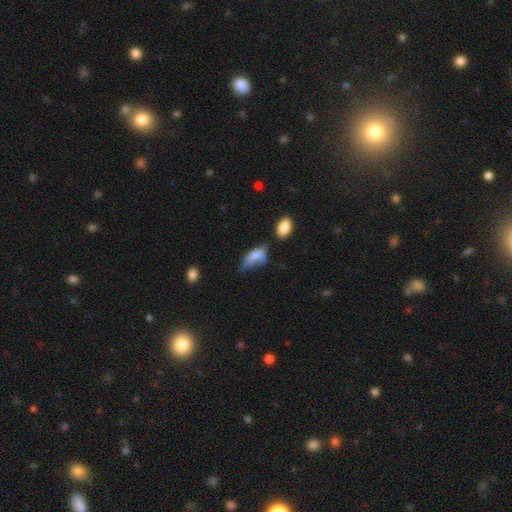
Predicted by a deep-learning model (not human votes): This is likely a smooth galaxy (72%). How rounded: clearly in between (86%). Merging: marginally minor disturbance (34%).